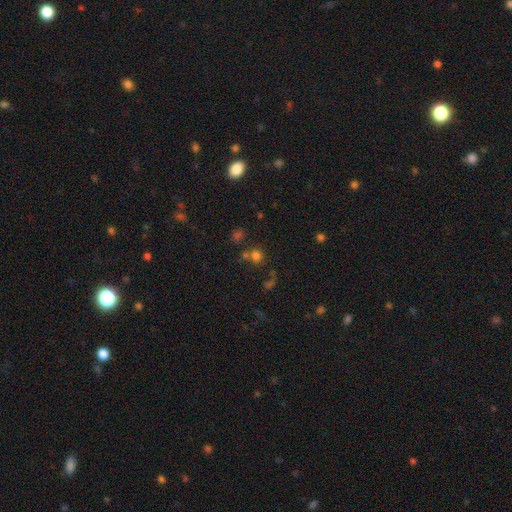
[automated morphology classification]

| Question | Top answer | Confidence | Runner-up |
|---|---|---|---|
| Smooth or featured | smooth | 69% | star or artifact (22%) |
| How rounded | round | 88% | in between (11%) |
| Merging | none | 63% | merger (22%) |